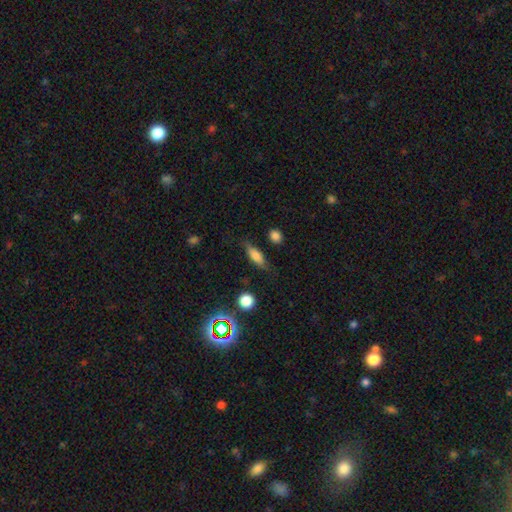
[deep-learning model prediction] Smooth or featured? smooth (70%)
How rounded? in between (52%)
Merging? none (75%)